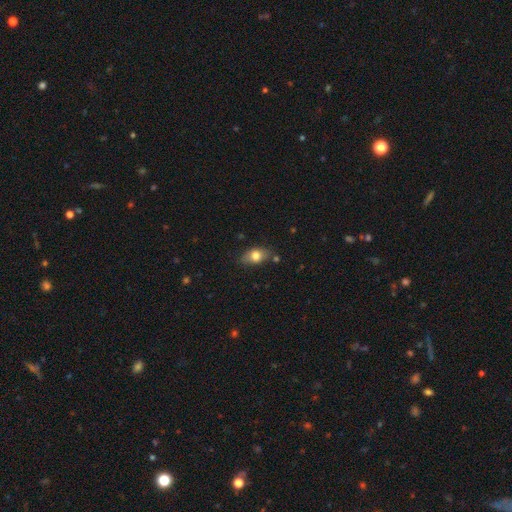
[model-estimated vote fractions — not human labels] smooth 77%, featured or disk 15%, star or artifact 8%. Down the decision tree: how rounded — in between (81%); merging — none (71%).